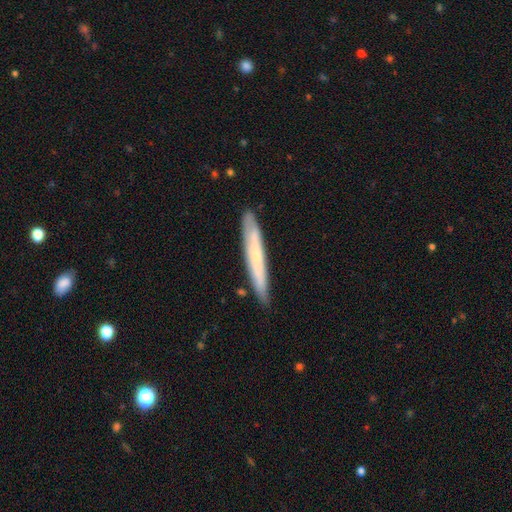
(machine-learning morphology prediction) A smooth galaxy with no disk features (49%).

Vote fractions:
- Smooth or featured? smooth: 49% / featured or disk: 45% / star or artifact: 6%
- Merging? none: 86% / minor disturbance: 10% / major disturbance: 2% / merger: 1%